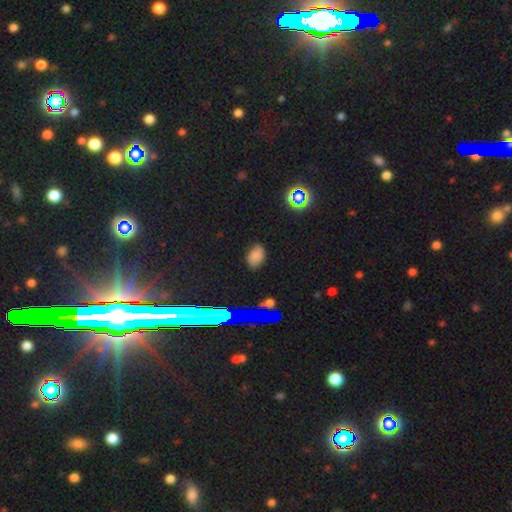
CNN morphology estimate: Q: Smooth or featured?
A: smooth (73%); runner-up: star or artifact (18%)
Q: How rounded?
A: in between (87%); runner-up: round (11%)
Q: Merging?
A: none (80%); runner-up: minor disturbance (15%)